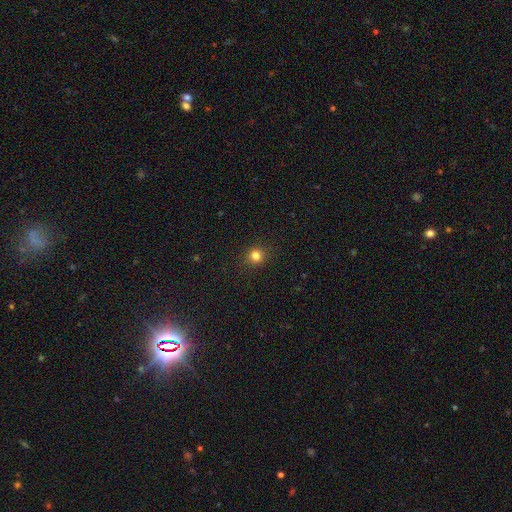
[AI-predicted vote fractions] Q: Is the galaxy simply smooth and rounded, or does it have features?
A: smooth — 80%.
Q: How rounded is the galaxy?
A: round — 90%.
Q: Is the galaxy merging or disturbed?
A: none — 91%.